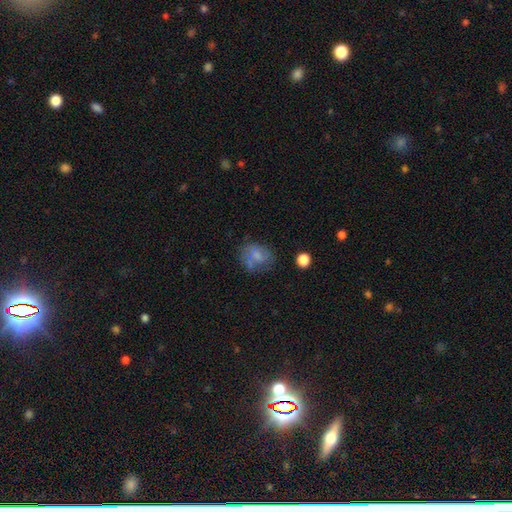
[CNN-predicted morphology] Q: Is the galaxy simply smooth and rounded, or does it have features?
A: smooth — 53%.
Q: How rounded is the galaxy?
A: round — 51%.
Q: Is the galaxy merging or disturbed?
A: none — 47%.